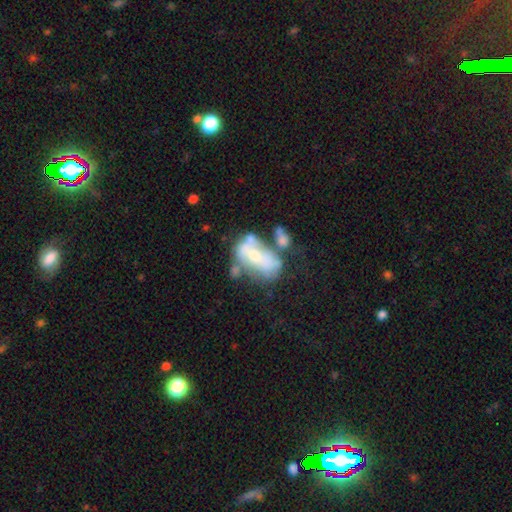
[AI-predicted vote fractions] A featured or disk galaxy (58%) with no bar (73%), no spiral arms (79%) and a moderate central bulge (52%). Merging: merger (36%).